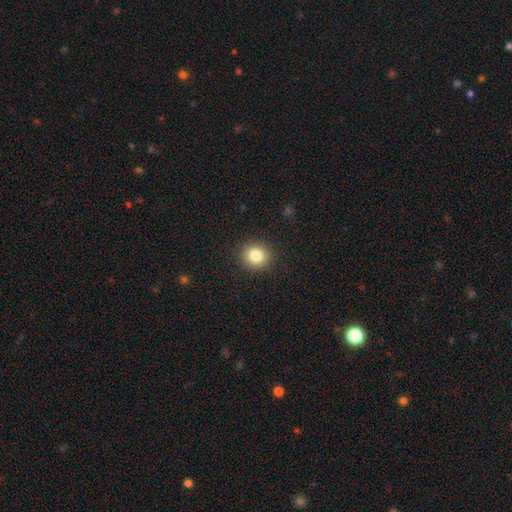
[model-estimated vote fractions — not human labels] smooth-or-featured: smooth: 83% | star or artifact: 10% | featured or disk: 6%
  how-rounded: round: 85% | in between: 14% | cigar-shaped: 1%
  merging: none: 91% | minor disturbance: 6% | major disturbance: 2% | merger: 1%